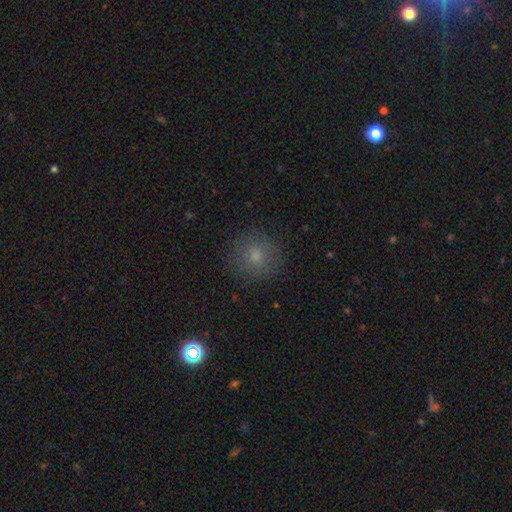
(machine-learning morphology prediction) Smooth or featured? Predicted: smooth (p=0.74). How rounded? Predicted: round (p=0.91). Merging? Predicted: none (p=0.86).